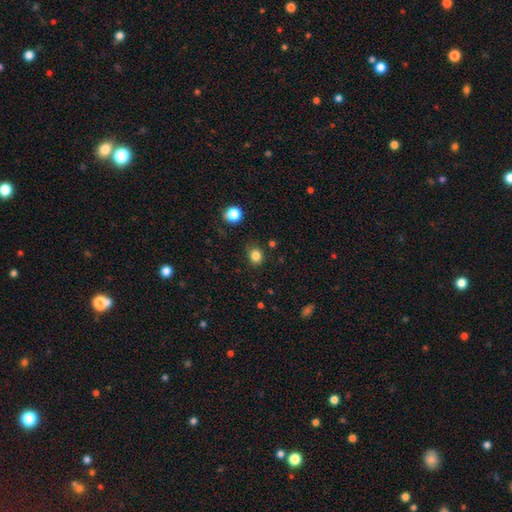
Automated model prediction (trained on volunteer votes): Smooth or featured? Predicted: smooth (p=0.83). How rounded? Predicted: round (p=0.75). Merging? Predicted: none (p=0.82).